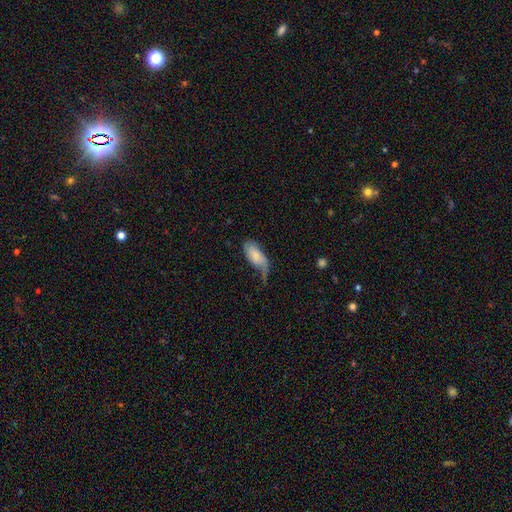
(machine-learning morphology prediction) Smooth or featured?
  - smooth: 72% *
  - featured or disk: 22%
  - star or artifact: 6%
How rounded?
  - in between: 88% *
  - cigar-shaped: 10%
  - round: 2%
Merging?
  - minor disturbance: 36% *
  - none: 30%
  - major disturbance: 30%
  - merger: 4%